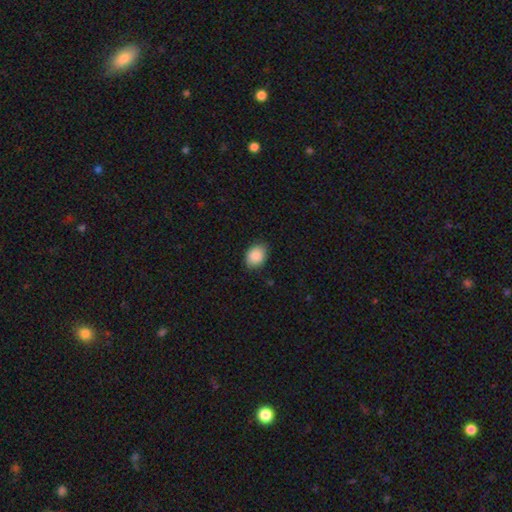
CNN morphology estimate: This is clearly a smooth galaxy (89%). How rounded: likely in between (60%). Merging: clearly none (81%).